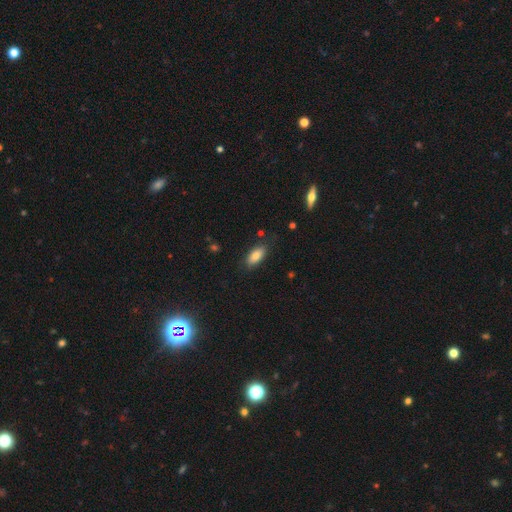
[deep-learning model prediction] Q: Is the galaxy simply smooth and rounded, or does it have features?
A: smooth — 82%.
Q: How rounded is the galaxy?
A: in between — 87%.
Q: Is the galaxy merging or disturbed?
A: none — 82%.